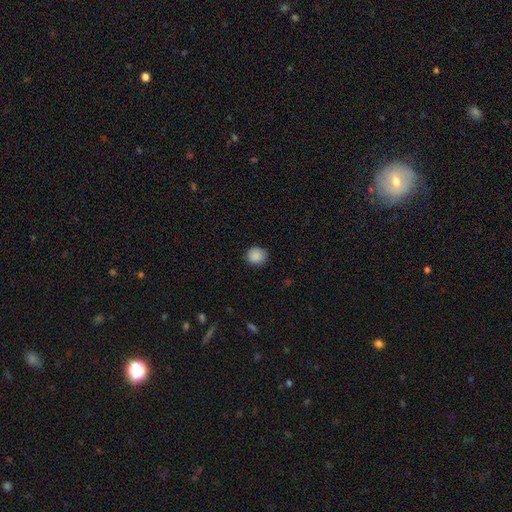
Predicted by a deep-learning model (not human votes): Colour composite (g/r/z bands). It shows a smooth galaxy with no disk features (89%) that is round (90%). Merging: none (89%).